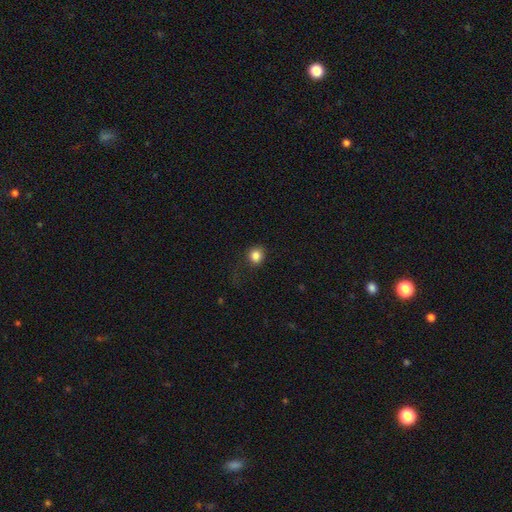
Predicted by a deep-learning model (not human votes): smooth_or_featured: smooth (p=0.84) [alt: star or artifact p=0.11]
how_rounded: round (p=0.86) [alt: in between p=0.13]
merging: none (p=0.78) [alt: minor disturbance p=0.14]